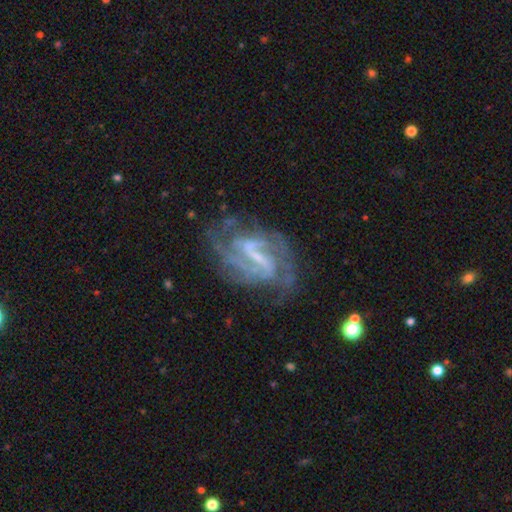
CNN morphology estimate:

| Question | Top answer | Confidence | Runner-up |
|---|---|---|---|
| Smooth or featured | featured or disk | 87% | star or artifact (7%) |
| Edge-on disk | no | 97% | yes (3%) |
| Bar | strong | 51% | weak (39%) |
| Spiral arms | yes | 94% | no (6%) |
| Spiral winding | medium | 48% | tight (33%) |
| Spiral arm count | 2 | 51% | can't tell (20%) |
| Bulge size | small | 46% | none (35%) |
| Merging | none | 61% | minor disturbance (20%) |